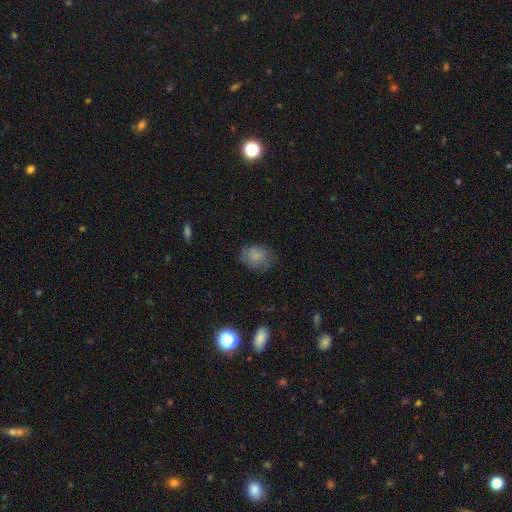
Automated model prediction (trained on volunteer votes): Smooth or featured: smooth — 79% (featured or disk — 11%)
How rounded: round — 51% (in between — 48%)
Merging: none — 71% (minor disturbance — 21%)